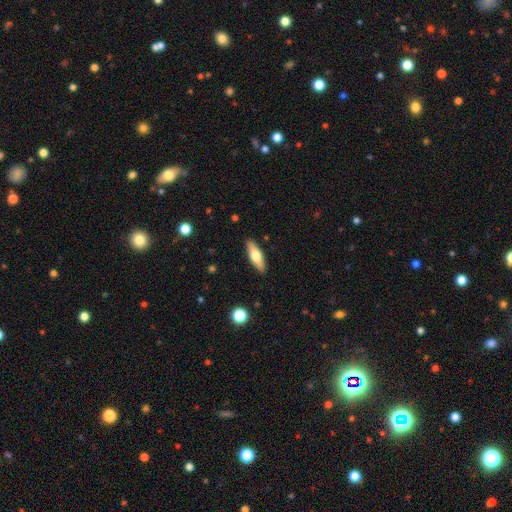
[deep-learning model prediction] Smooth or featured? smooth (56%)
How rounded? in between (52%)
Merging? none (89%)